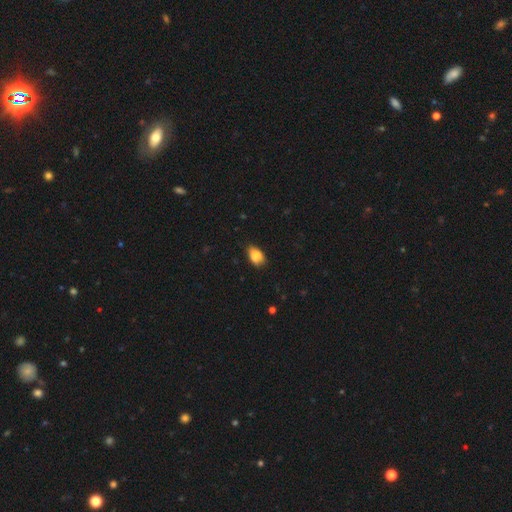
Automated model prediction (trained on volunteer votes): smooth 77%, featured or disk 14%, star or artifact 10%. Down the decision tree: how rounded — in between (85%); merging — none (54%).